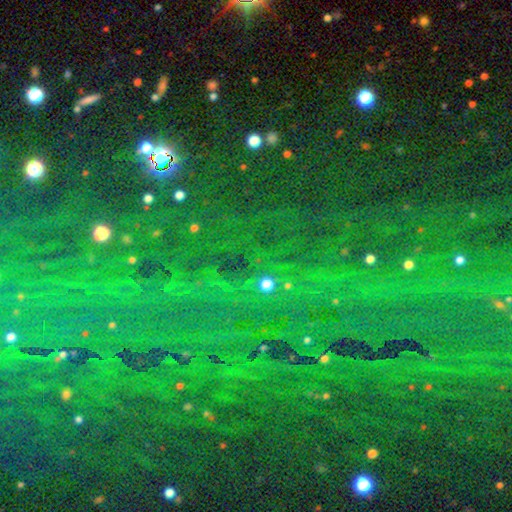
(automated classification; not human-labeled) smooth-or-featured: star or artifact: 84% | smooth: 9% | featured or disk: 7%